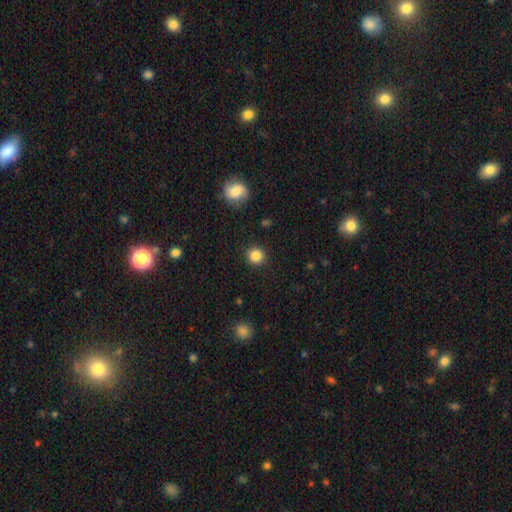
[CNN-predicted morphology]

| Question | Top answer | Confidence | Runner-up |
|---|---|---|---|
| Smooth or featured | smooth | 86% | star or artifact (10%) |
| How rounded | round | 92% | in between (7%) |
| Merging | none | 91% | minor disturbance (6%) |